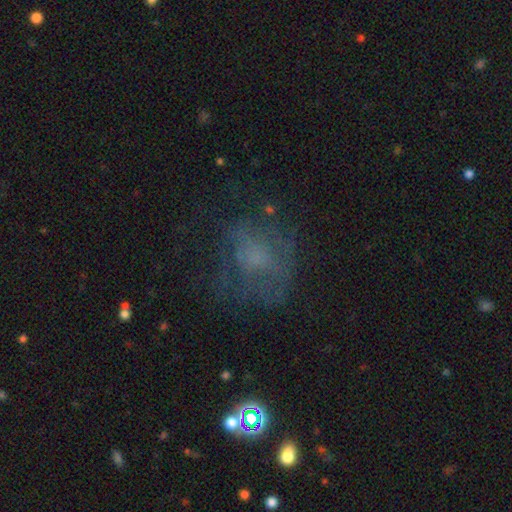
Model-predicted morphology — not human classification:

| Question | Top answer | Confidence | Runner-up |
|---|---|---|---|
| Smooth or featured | smooth | 41% | featured or disk (39%) |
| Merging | none | 54% | major disturbance (25%) |